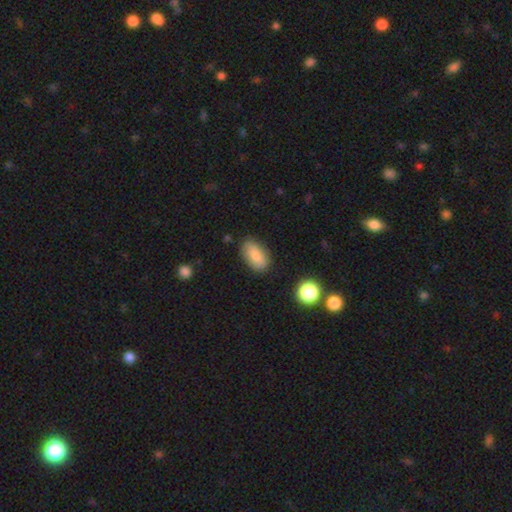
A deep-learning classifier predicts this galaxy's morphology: This appears to be a smooth galaxy with no disk features (82%) that is in between round and cigar-shaped (91%). Merging: none (82%).